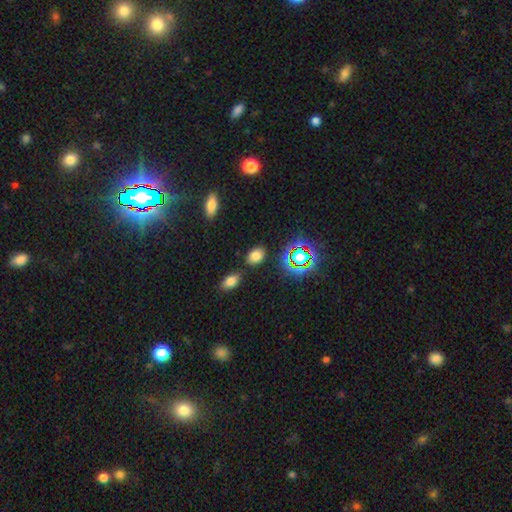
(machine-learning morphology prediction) A smooth galaxy with no disk features (73%) that is in between round and cigar-shaped (78%). Merging: none (79%).